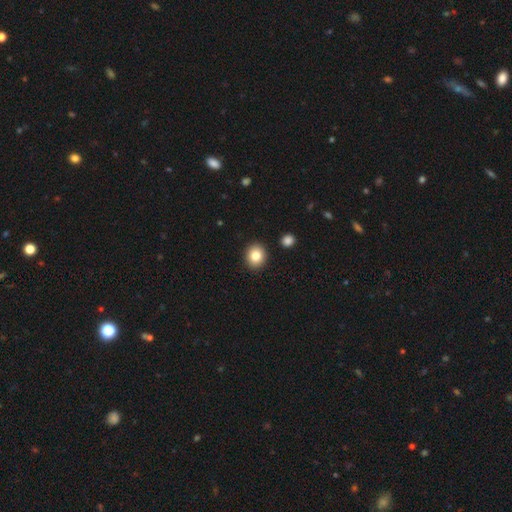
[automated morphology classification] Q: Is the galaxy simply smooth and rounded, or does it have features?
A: smooth — 83%.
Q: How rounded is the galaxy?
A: round — 74%.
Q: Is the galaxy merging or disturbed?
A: none — 90%.